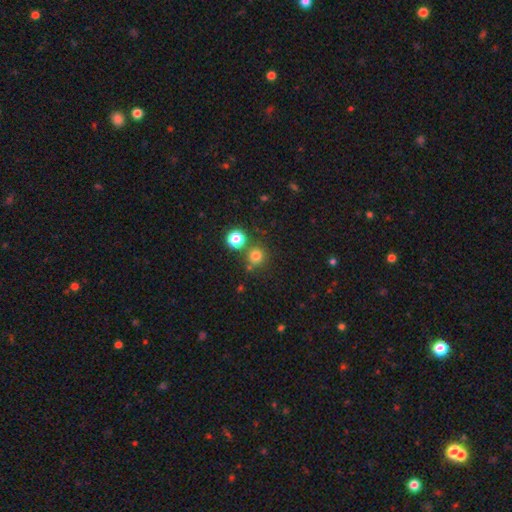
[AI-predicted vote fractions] A smooth galaxy with no disk features (77%) that is round (92%). Merging: none (74%).